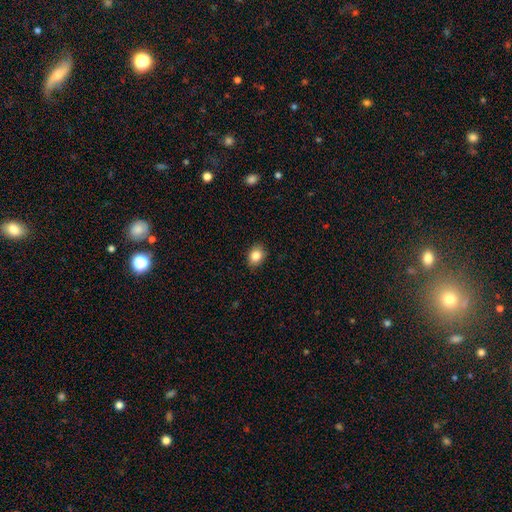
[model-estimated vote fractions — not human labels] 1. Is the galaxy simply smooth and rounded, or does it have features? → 84% smooth, 9% star or artifact, 7% featured or disk.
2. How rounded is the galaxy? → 63% in between, 36% round, 1% cigar-shaped.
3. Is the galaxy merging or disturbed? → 87% none, 10% minor disturbance, 2% major disturbance, 1% merger.